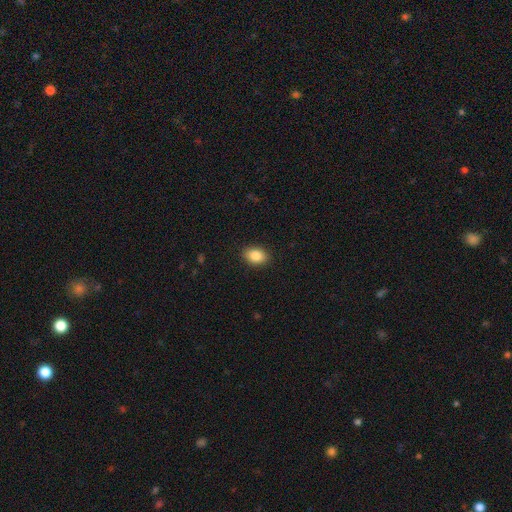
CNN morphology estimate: Smooth or featured?
  - smooth: 87% *
  - star or artifact: 8%
  - featured or disk: 5%
How rounded?
  - in between: 80% *
  - round: 18%
  - cigar-shaped: 1%
Merging?
  - none: 89% *
  - minor disturbance: 8%
  - major disturbance: 2%
  - merger: 1%